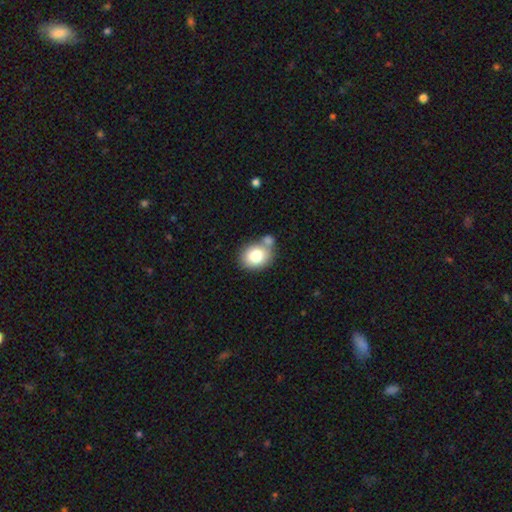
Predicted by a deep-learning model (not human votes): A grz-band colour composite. It shows a smooth galaxy with no disk features (78%) that is round (55%). Merging: none (55%).